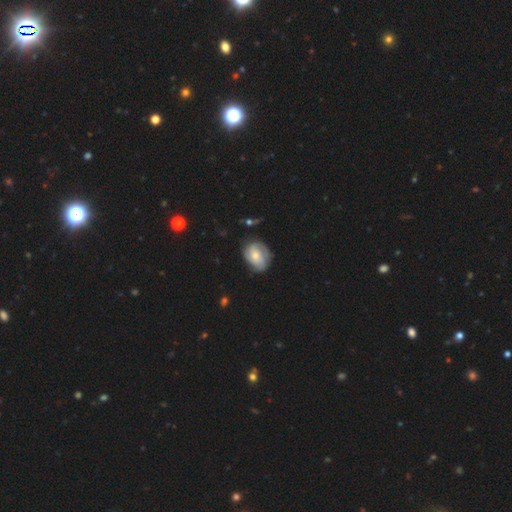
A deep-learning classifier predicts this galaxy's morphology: Smooth or featured? Predicted: smooth (p=0.49). Merging? Predicted: none (p=0.59).